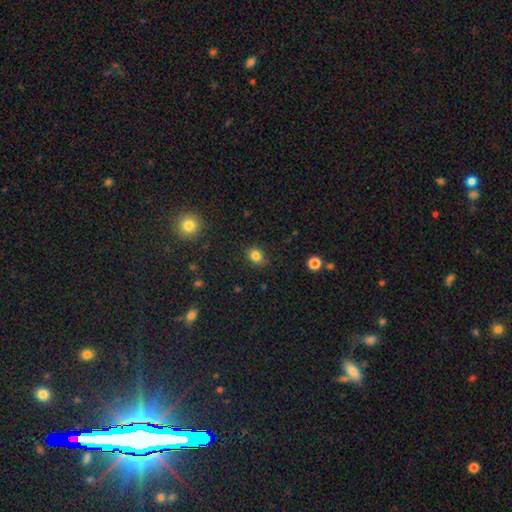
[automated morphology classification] Smooth or featured? smooth (83%)
How rounded? in between (51%)
Merging? none (81%)